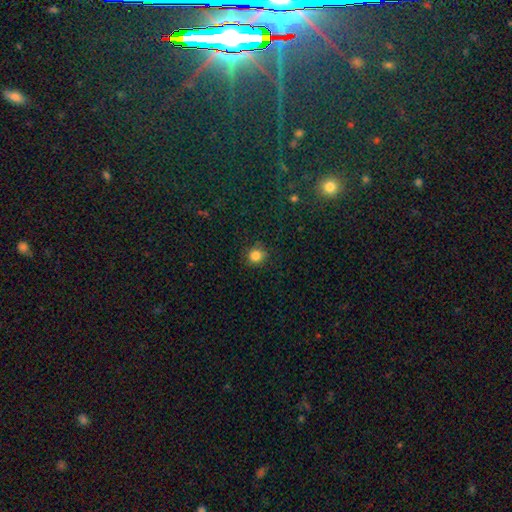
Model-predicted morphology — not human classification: smooth 83%, star or artifact 12%, featured or disk 5%. Down the decision tree: how rounded — round (89%); merging — none (85%).